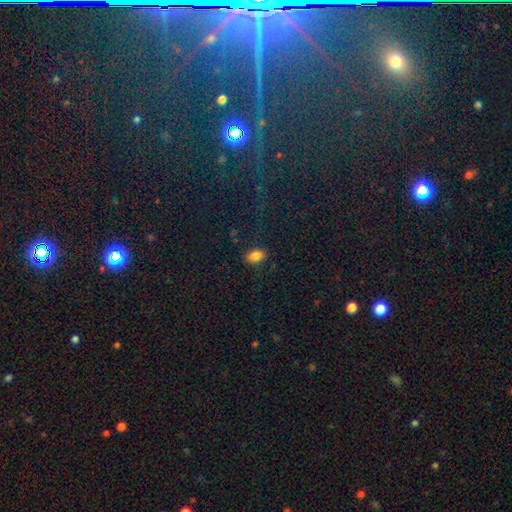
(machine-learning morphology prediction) Q: Smooth or featured?
A: smooth (83%); runner-up: star or artifact (11%)
Q: How rounded?
A: in between (83%); runner-up: round (15%)
Q: Merging?
A: none (84%); runner-up: minor disturbance (12%)